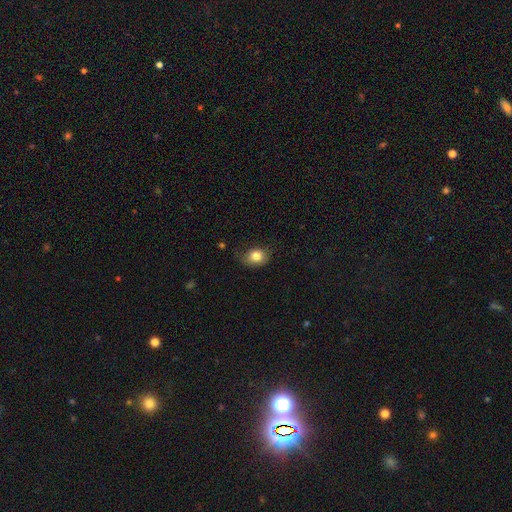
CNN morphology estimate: This appears to be a smooth galaxy with no disk features (82%) that is in between round and cigar-shaped (57%). Merging: none (59%).